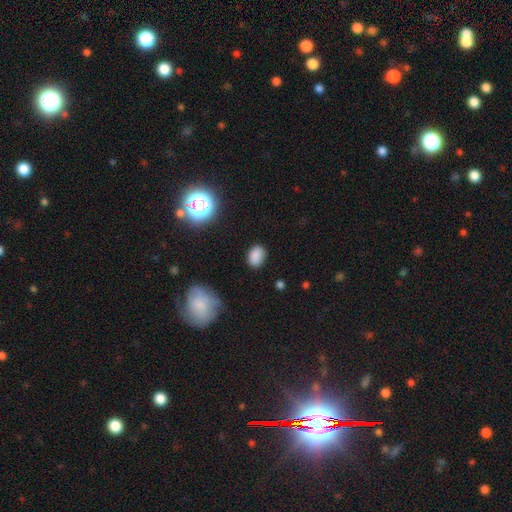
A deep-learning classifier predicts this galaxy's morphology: Q: Smooth or featured?
A: smooth (83%); runner-up: star or artifact (12%)
Q: How rounded?
A: in between (74%); runner-up: round (25%)
Q: Merging?
A: none (83%); runner-up: minor disturbance (13%)